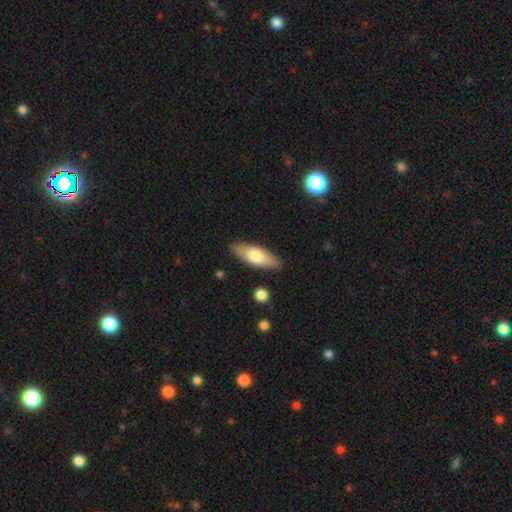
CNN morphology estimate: Smooth or featured?
  - smooth: 65% *
  - featured or disk: 30%
  - star or artifact: 5%
How rounded?
  - in between: 64% *
  - cigar-shaped: 33%
  - round: 2%
Merging?
  - none: 87% *
  - minor disturbance: 9%
  - major disturbance: 2%
  - merger: 2%